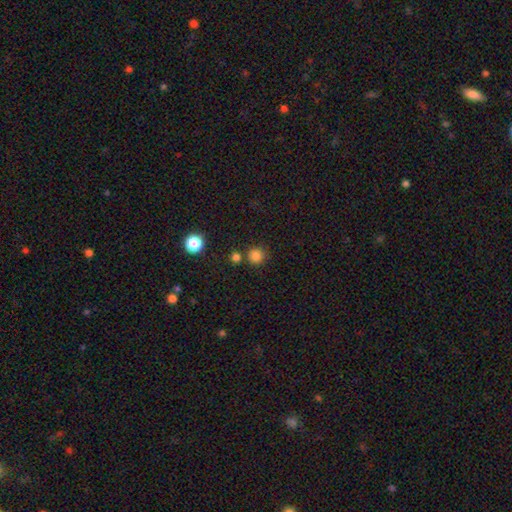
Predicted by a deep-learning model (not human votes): The model was most divided on "smooth or featured": smooth: 81%, star or artifact: 15%, featured or disk: 4%. More confident: how rounded — round (94%); merging — none (78%).